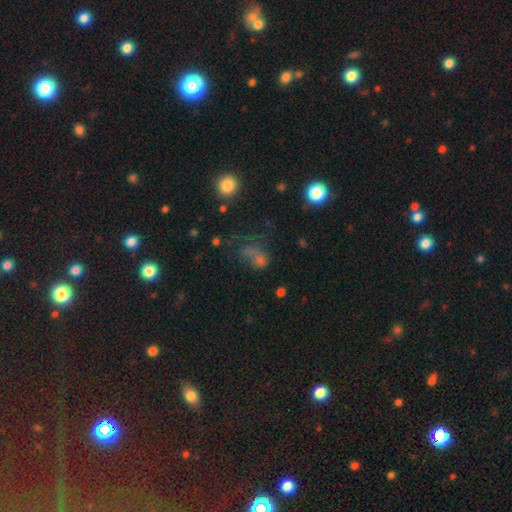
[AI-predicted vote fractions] Smooth or featured? smooth (56%)
How rounded? in between (54%)
Merging? none (32%)